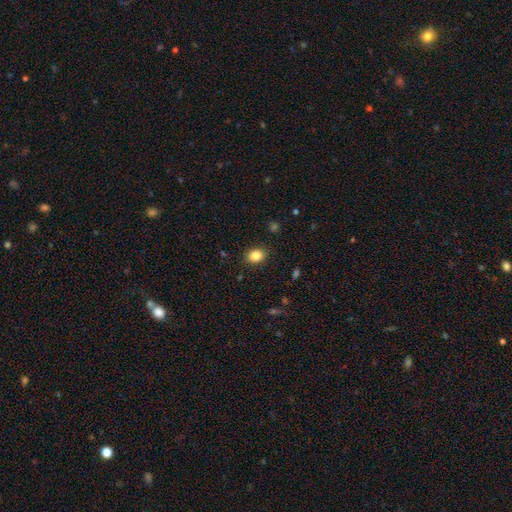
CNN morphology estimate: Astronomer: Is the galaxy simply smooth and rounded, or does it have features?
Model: smooth — 85%.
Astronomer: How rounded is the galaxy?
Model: in between — 60% (runner-up: round, 39%).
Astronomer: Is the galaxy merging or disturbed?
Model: none — 87%.